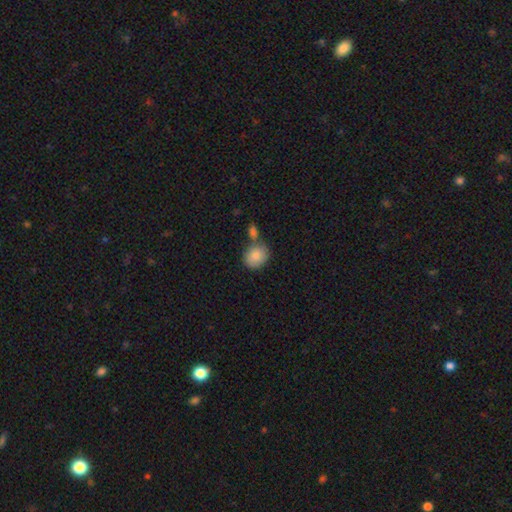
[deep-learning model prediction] A smooth galaxy with no disk features (85%) that is round (61%).

Vote fractions:
- Smooth or featured? smooth: 85% / star or artifact: 7% / featured or disk: 7%
- How rounded? round: 61% / in between: 38% / cigar-shaped: 1%
- Merging? none: 57% / merger: 27% / minor disturbance: 13% / major disturbance: 4%